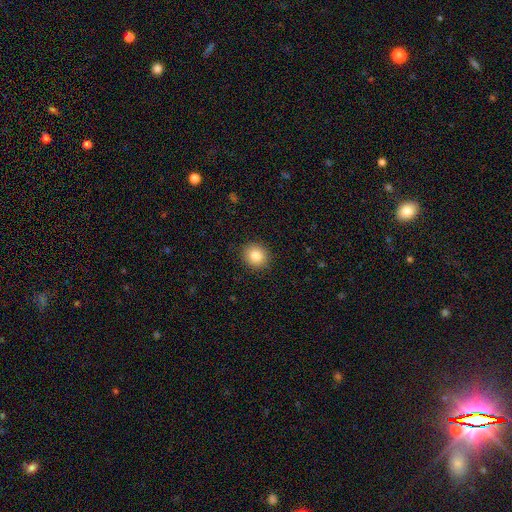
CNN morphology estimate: Smooth or featured? Predicted: smooth (p=0.84). How rounded? Predicted: round (p=0.83). Merging? Predicted: none (p=0.90).